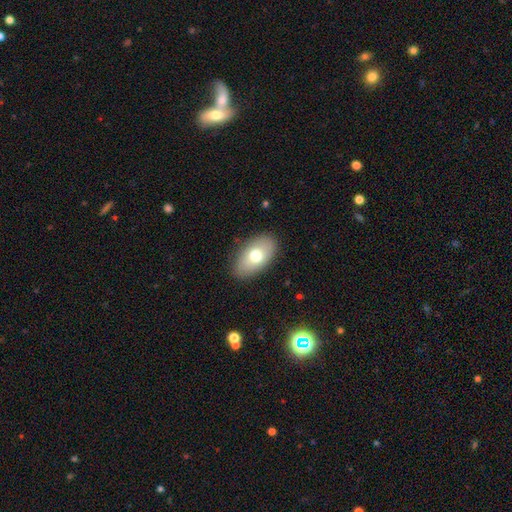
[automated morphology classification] Smooth or featured? smooth (71%)
How rounded? in between (93%)
Merging? none (85%)